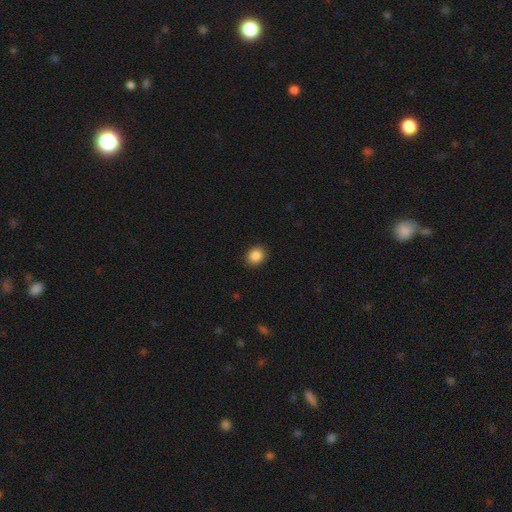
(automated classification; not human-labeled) This is clearly a smooth galaxy (87%). How rounded: likely round (66%). Merging: clearly none (90%).